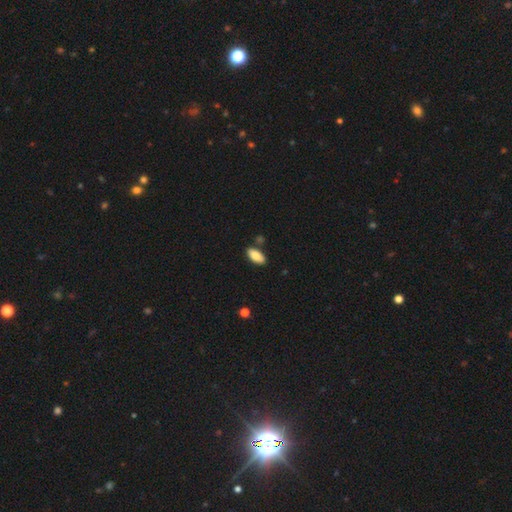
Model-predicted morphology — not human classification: Smooth or featured?
  - smooth: 86% *
  - featured or disk: 7%
  - star or artifact: 6%
How rounded?
  - in between: 89% *
  - cigar-shaped: 9%
  - round: 2%
Merging?
  - none: 82% *
  - minor disturbance: 11%
  - merger: 5%
  - major disturbance: 2%